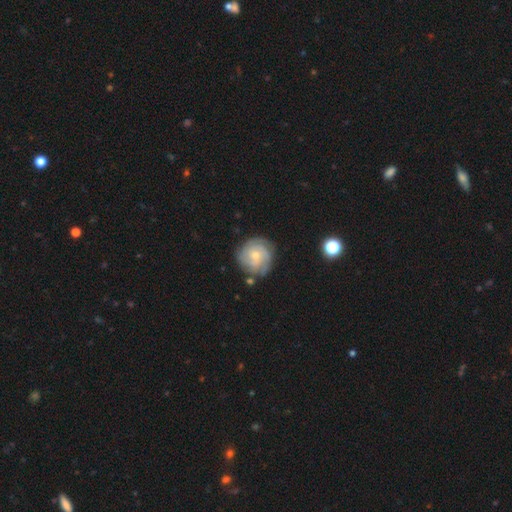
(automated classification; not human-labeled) smooth_or_featured: featured or disk (p=0.72) [alt: smooth p=0.22]
disk_edge_on: no (p=0.98) [alt: yes p=0.02]
bar: no (p=0.74) [alt: weak p=0.23]
has_spiral_arms: yes (p=0.92) [alt: no p=0.08]
spiral_winding: tight (p=0.70) [alt: medium p=0.24]
spiral_arm_count: can't tell (p=0.36) [alt: 3 p=0.25]
bulge_size: small (p=0.57) [alt: moderate p=0.39]
merging: none (p=0.76) [alt: minor disturbance p=0.16]